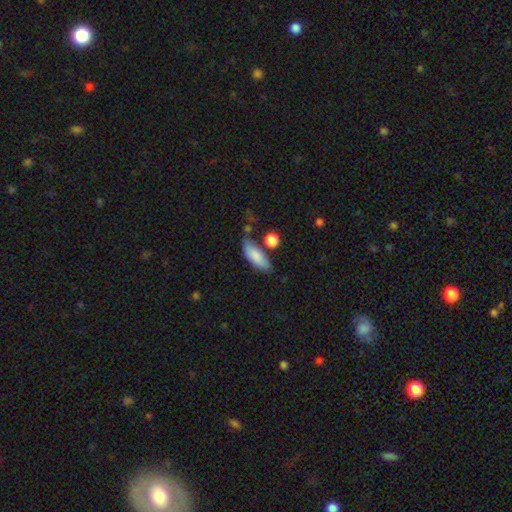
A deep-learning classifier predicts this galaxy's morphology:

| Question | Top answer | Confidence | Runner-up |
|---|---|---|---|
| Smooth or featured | smooth | 83% | featured or disk (11%) |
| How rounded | in between | 70% | cigar-shaped (26%) |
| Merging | none | 65% | minor disturbance (20%) |